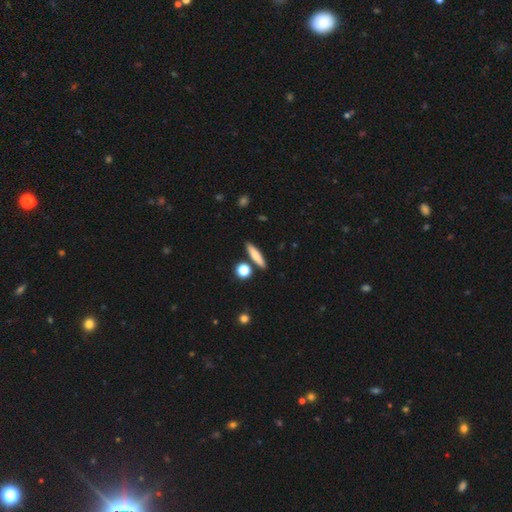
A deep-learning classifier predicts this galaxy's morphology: smooth 72%, featured or disk 20%, star or artifact 8%. Down the decision tree: how rounded — cigar-shaped (73%); merging — none (83%).